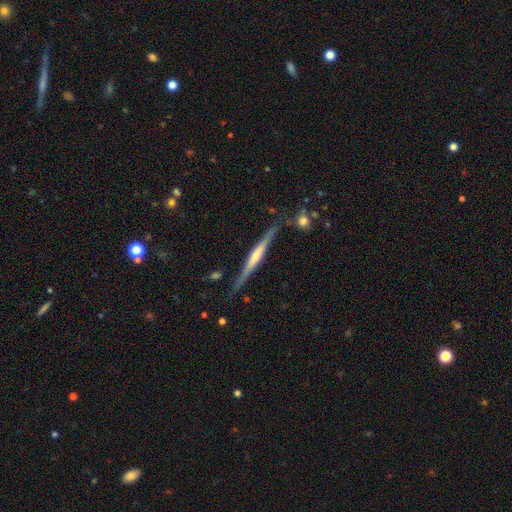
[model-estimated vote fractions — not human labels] featured or disk 79%, smooth 15%, star or artifact 6%. Down the decision tree: edge-on disk — yes (98%); edge-on bulge — rounded (62%); merging — none (85%).